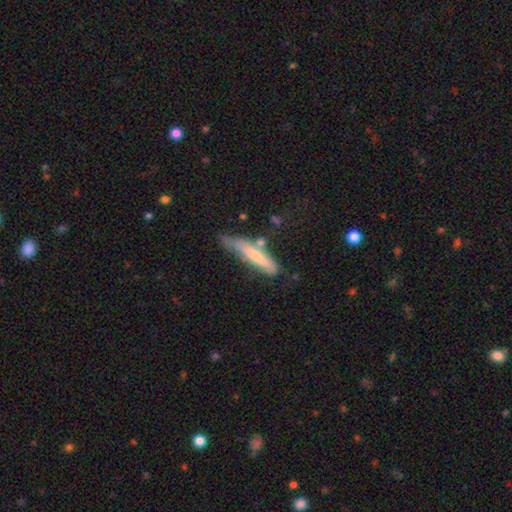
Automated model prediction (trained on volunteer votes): Overall: smooth (57%; featured or disk 37%). How rounded: cigar-shaped (85%). Merging: none (48%; minor disturbance 31%).